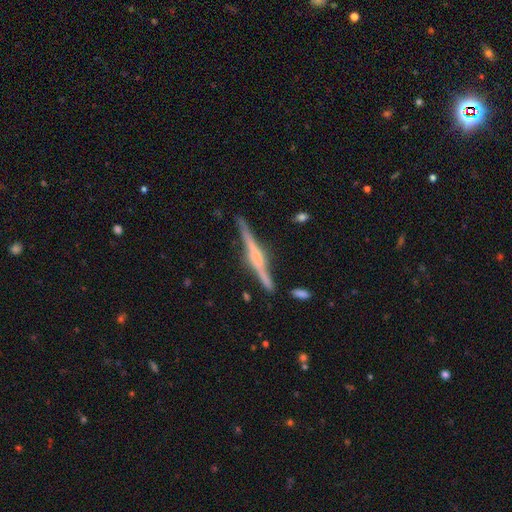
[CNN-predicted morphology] smooth-or-featured: featured or disk: 82% | smooth: 13% | star or artifact: 6%
  disk-edge-on: yes: 98% | no: 2%
    edge-on-bulge: rounded: 57% | boxy: 29% | none: 14%
  merging: none: 84% | minor disturbance: 11% | merger: 3% | major disturbance: 2%